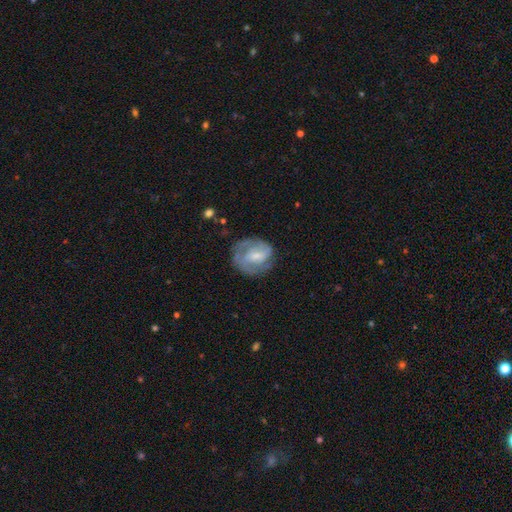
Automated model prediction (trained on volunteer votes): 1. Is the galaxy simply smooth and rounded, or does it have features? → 72% featured or disk, 22% smooth, 6% star or artifact.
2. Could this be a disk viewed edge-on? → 98% no, 2% yes.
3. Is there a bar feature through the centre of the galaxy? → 50% weak, 30% no, 20% strong.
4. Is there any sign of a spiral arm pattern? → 87% yes, 13% no.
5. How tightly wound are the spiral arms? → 48% tight, 39% medium, 13% loose.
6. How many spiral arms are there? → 56% 2, 21% can't tell, 11% 3, 8% 1, 2% 4, 2% more than 4.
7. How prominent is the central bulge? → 48% small, 34% moderate, 11% none, 5% large, 1% dominant.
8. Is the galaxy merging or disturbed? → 65% none, 21% minor disturbance, 12% major disturbance, 2% merger.